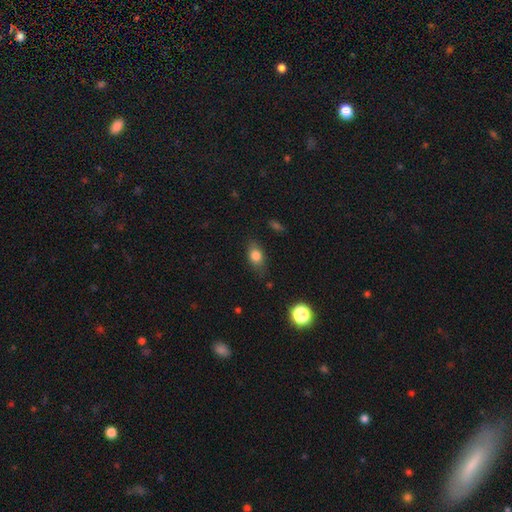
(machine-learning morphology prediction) Smooth or featured? smooth (80%)
How rounded? in between (76%)
Merging? none (76%)